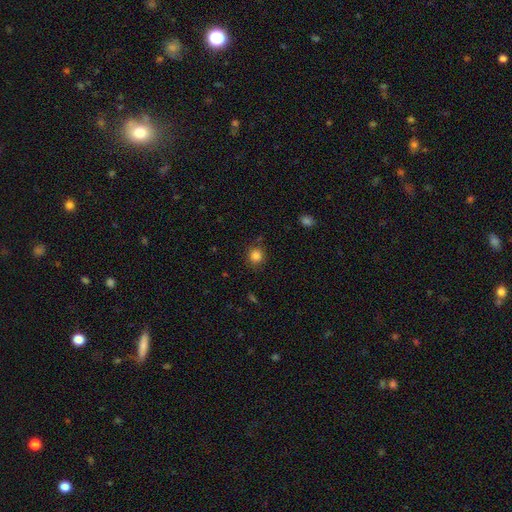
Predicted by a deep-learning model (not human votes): Overall: smooth (84%). How rounded: round (90%). Merging: none (84%).